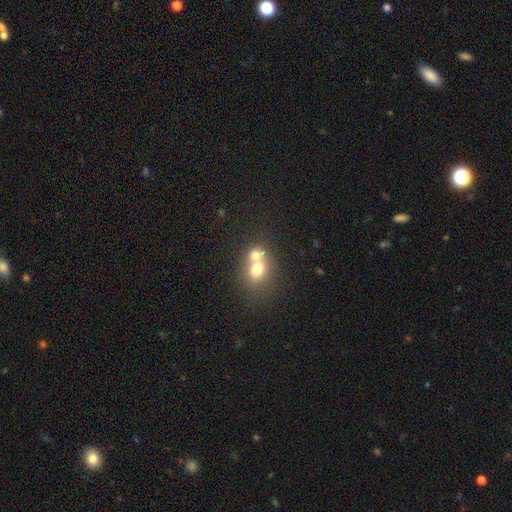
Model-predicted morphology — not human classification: A smooth galaxy with no disk features (70%) that is round (58%). Merging: merger (68%).